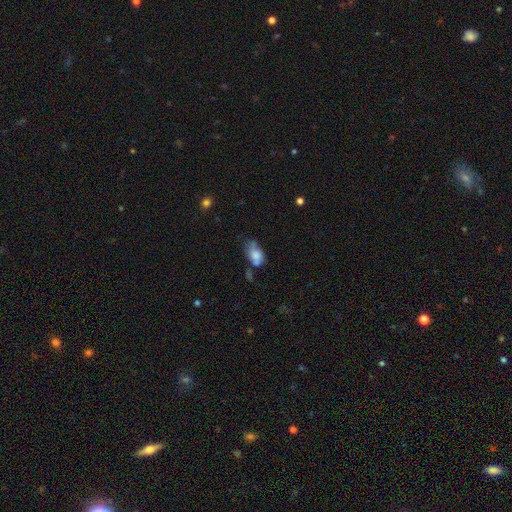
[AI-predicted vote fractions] Smooth or featured? Predicted: smooth (p=0.68). How rounded? Predicted: in between (p=0.87). Merging? Predicted: none (p=0.34).